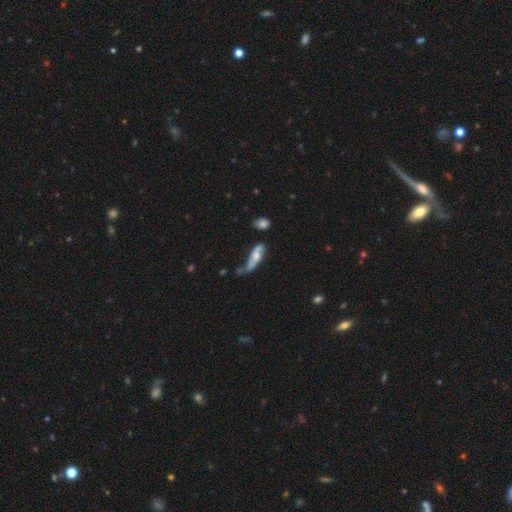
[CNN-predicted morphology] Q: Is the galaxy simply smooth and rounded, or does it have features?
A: featured or disk — 49%.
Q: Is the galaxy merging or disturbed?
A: minor disturbance — 31%, tied with none.